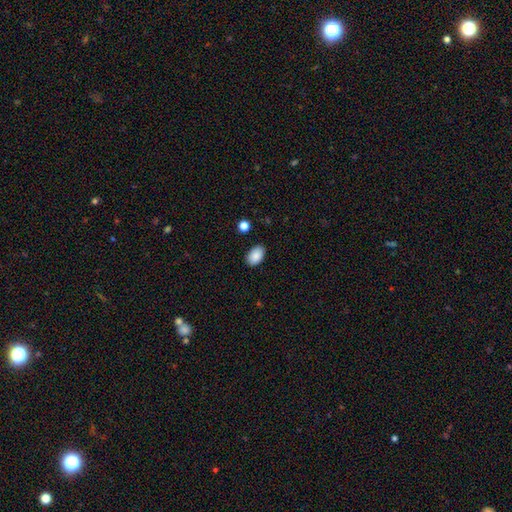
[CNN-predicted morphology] A smooth galaxy with no disk features (88%) that is in between round and cigar-shaped (89%).

Vote fractions:
- Smooth or featured? smooth: 88% / star or artifact: 8% / featured or disk: 4%
- How rounded? in between: 89% / round: 9% / cigar-shaped: 1%
- Merging? none: 87% / minor disturbance: 9% / major disturbance: 2% / merger: 2%